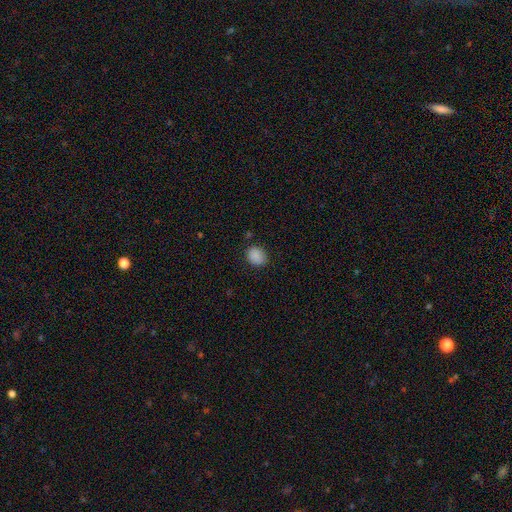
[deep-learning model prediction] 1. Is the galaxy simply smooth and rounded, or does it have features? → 88% smooth, 9% star or artifact, 3% featured or disk.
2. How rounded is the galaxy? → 64% round, 35% in between, 1% cigar-shaped.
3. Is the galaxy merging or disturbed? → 83% none, 12% minor disturbance, 3% major disturbance, 2% merger.